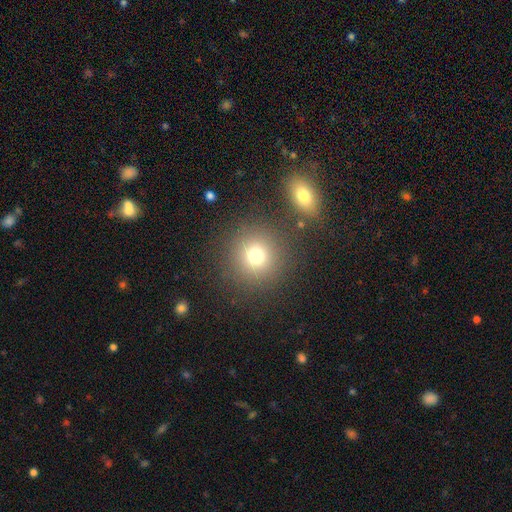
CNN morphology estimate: This appears to be a smooth galaxy with no disk features (75%) that is round (93%). Merging: none (84%).